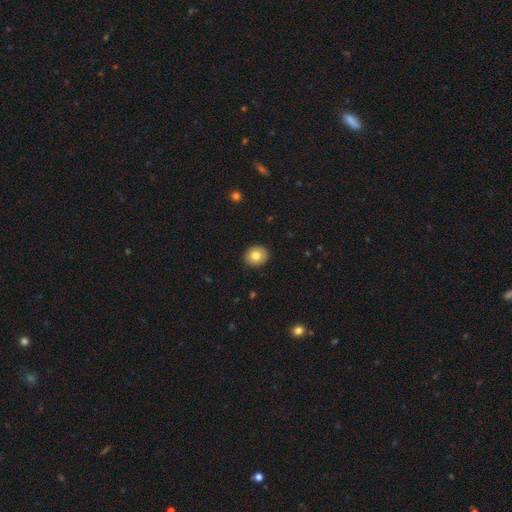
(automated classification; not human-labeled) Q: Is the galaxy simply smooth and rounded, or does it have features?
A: smooth — 80%.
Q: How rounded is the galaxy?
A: round — 76%.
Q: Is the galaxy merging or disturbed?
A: none — 91%.